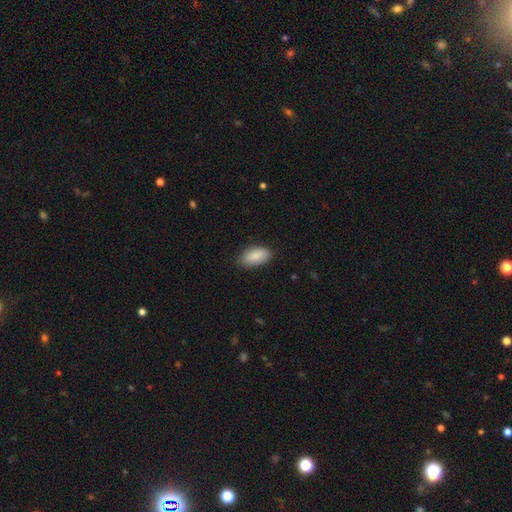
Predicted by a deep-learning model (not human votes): Q: Smooth or featured?
A: smooth (89%); runner-up: star or artifact (6%)
Q: How rounded?
A: in between (92%); runner-up: cigar-shaped (5%)
Q: Merging?
A: none (83%); runner-up: minor disturbance (14%)